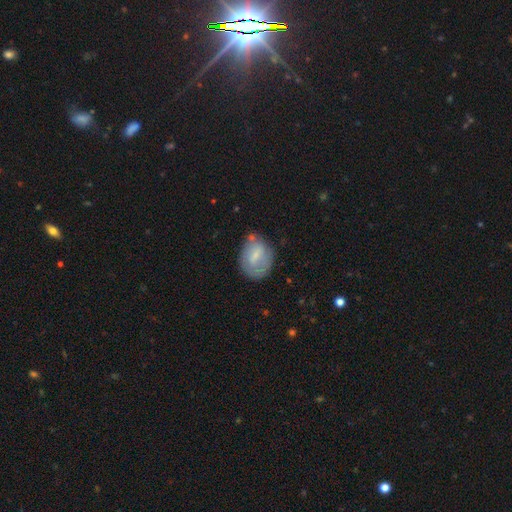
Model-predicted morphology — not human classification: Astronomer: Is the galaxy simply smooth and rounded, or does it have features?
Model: smooth — 58% (runner-up: featured or disk, 35%).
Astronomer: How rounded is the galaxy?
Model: in between — 63%.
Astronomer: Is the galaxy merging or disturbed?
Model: none — 58%.